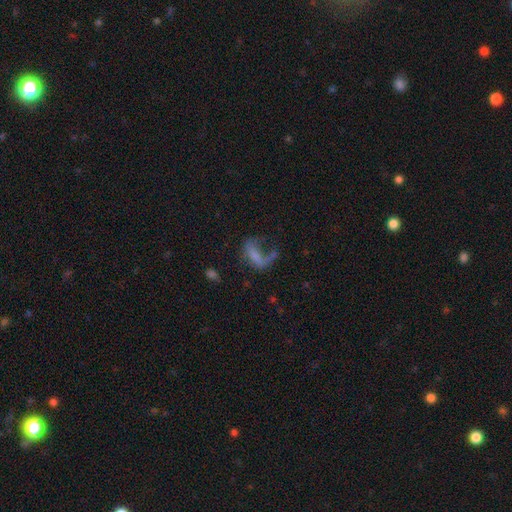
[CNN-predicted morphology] smooth 47%, featured or disk 39%, star or artifact 13%. Down the decision tree: merging — major disturbance (54%).